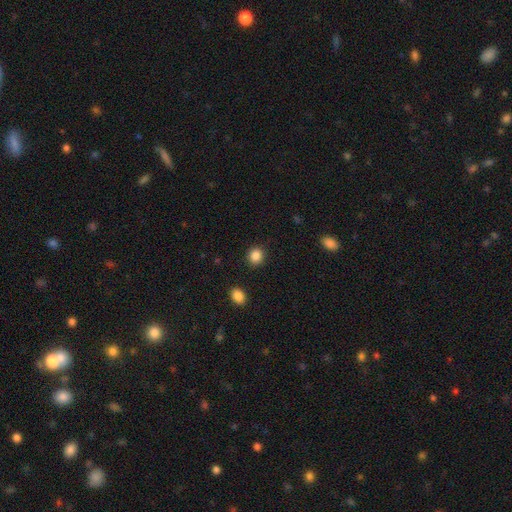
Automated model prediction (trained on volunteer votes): Smooth or featured? Predicted: smooth (p=0.86). How rounded? Predicted: round (p=0.86). Merging? Predicted: none (p=0.91).